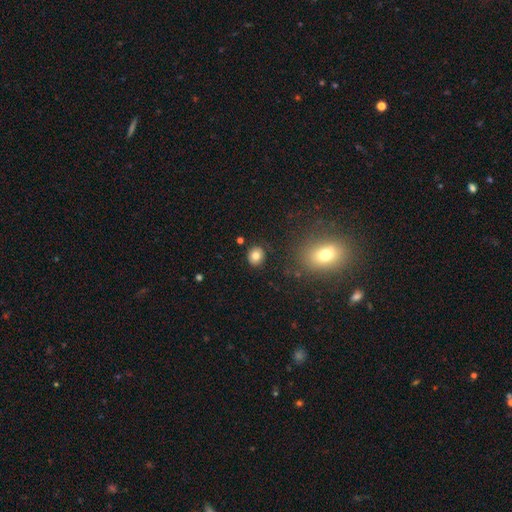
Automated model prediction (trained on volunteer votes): Smooth or featured? Predicted: smooth (p=0.79). How rounded? Predicted: round (p=0.79). Merging? Predicted: none (p=0.88).